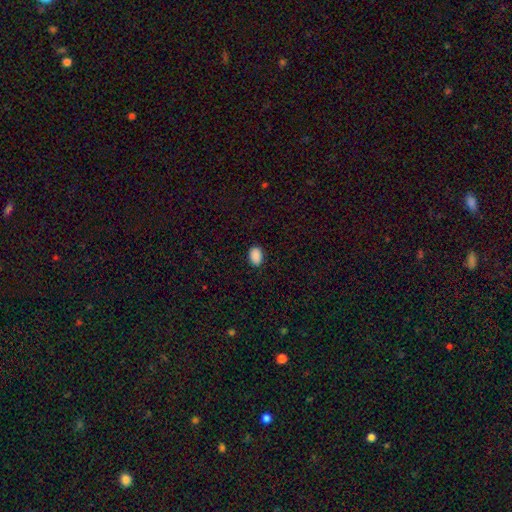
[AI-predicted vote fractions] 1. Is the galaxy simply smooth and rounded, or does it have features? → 90% smooth, 8% star or artifact, 3% featured or disk.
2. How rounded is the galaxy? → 82% in between, 17% round, 1% cigar-shaped.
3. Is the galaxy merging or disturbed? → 88% none, 9% minor disturbance, 2% major disturbance, 1% merger.